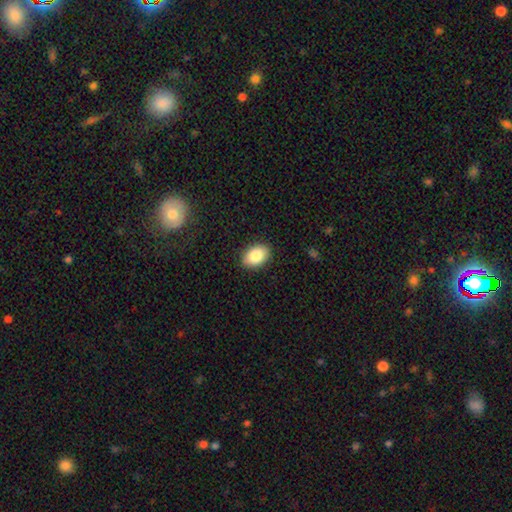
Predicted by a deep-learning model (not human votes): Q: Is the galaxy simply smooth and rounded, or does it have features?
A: smooth — 84%.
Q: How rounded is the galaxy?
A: in between — 87%.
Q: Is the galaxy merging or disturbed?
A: none — 89%.